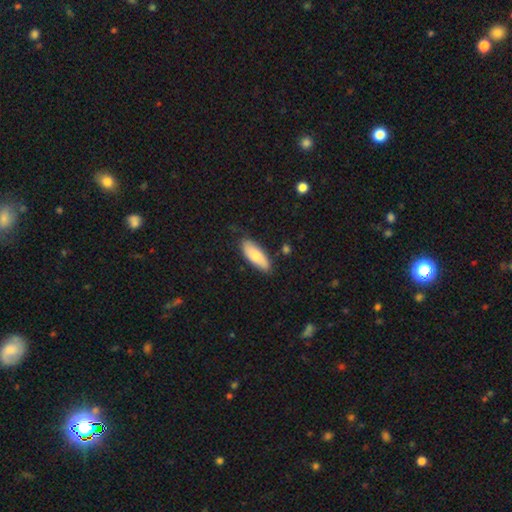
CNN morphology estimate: The model was most divided on "how rounded": in between: 77%, cigar-shaped: 21%, round: 2%. More confident: merging — none (76%); smooth or featured — smooth (76%).